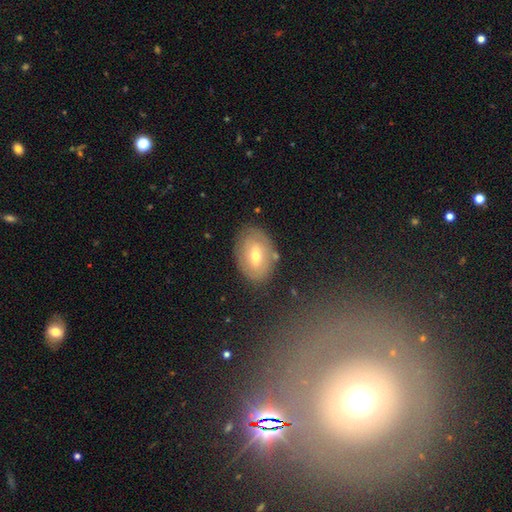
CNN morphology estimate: Smooth or featured? Predicted: smooth (p=0.47). Merging? Predicted: none (p=0.79).